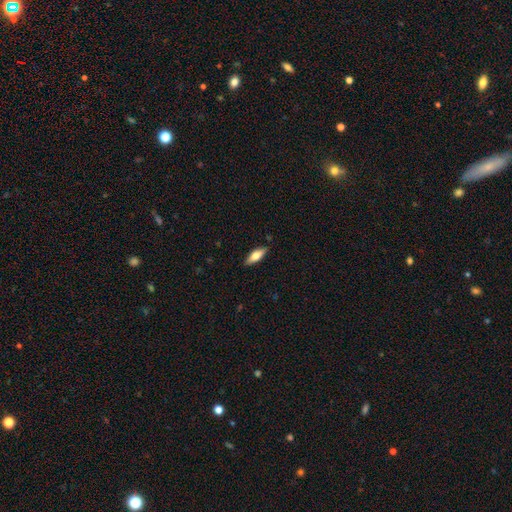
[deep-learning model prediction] Smooth or featured? Predicted: smooth (p=0.61). How rounded? Predicted: in between (p=0.60). Merging? Predicted: none (p=0.88).